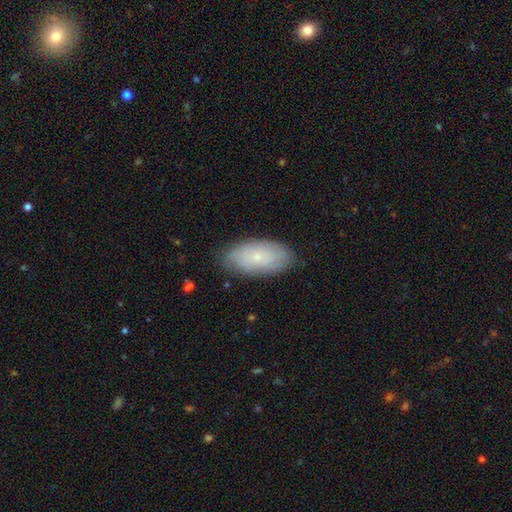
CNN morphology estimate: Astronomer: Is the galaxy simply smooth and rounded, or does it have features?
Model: smooth — 61%.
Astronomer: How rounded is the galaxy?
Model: in between — 91%.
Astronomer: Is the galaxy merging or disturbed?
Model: none — 84%.